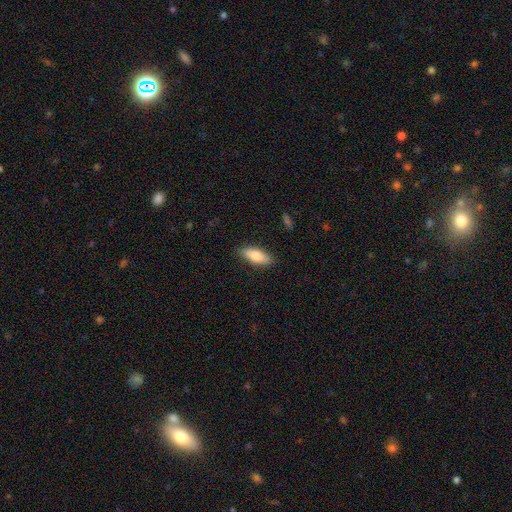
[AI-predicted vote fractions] smooth 82%, featured or disk 12%, star or artifact 6%. Down the decision tree: how rounded — in between (74%); merging — none (87%).